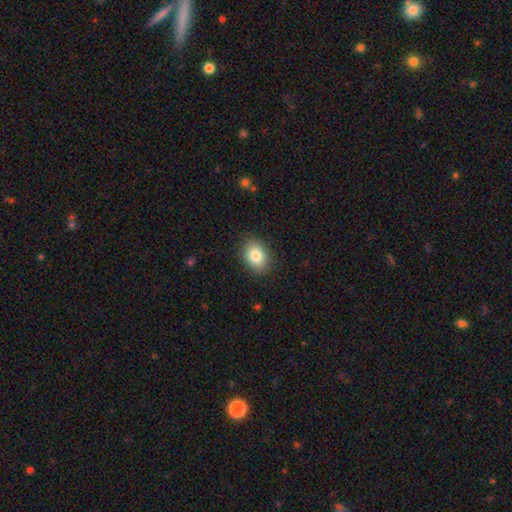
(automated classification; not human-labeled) A smooth galaxy with no disk features (84%) that is in between round and cigar-shaped (73%). Merging: none (88%).